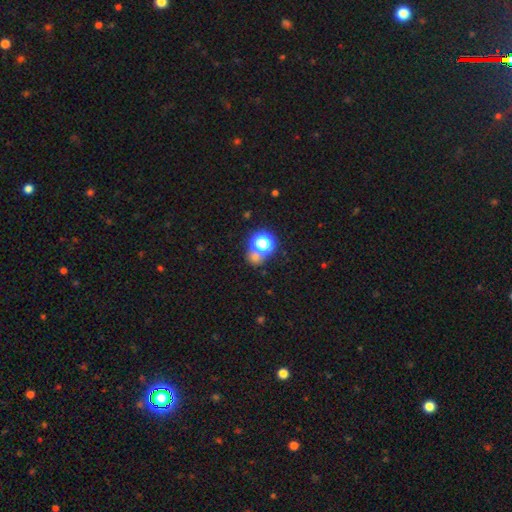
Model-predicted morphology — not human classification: smooth 52%, star or artifact 39%, featured or disk 9%. Down the decision tree: how rounded — round (79%); merging — none (58%).